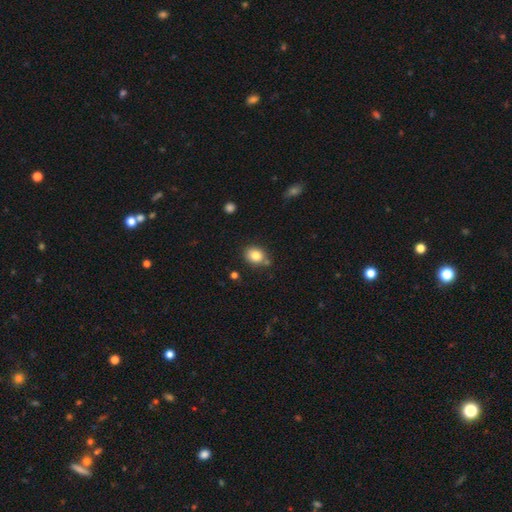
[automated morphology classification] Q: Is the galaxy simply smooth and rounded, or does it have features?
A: smooth — 82%.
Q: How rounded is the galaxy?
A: round — 56%.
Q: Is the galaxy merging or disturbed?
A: none — 75%.